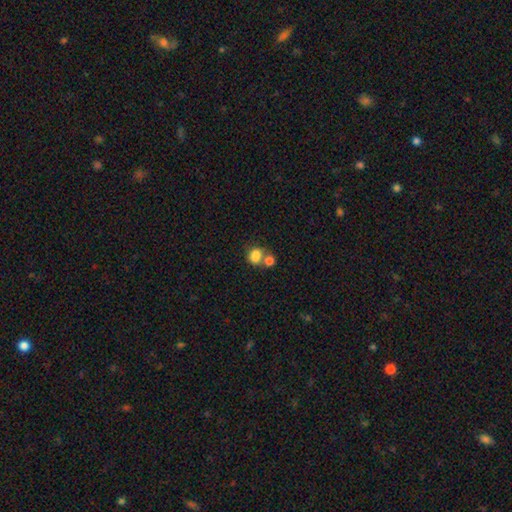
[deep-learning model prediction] Overall: smooth (81%). How rounded: round (51%; in between 48%). Merging: merger (48%; none 37%).